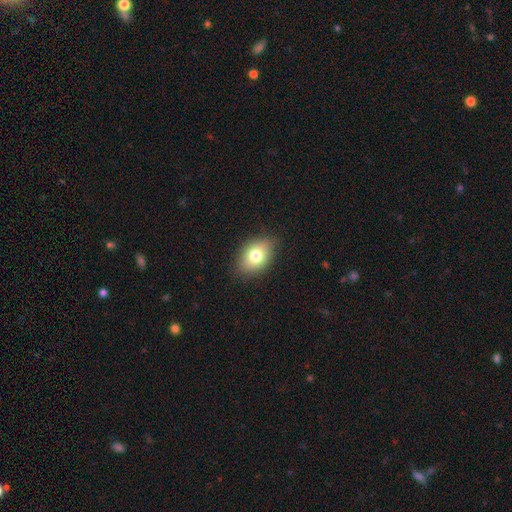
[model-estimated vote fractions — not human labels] A smooth galaxy with no disk features (76%) that is in between round and cigar-shaped (82%). Merging: none (86%).